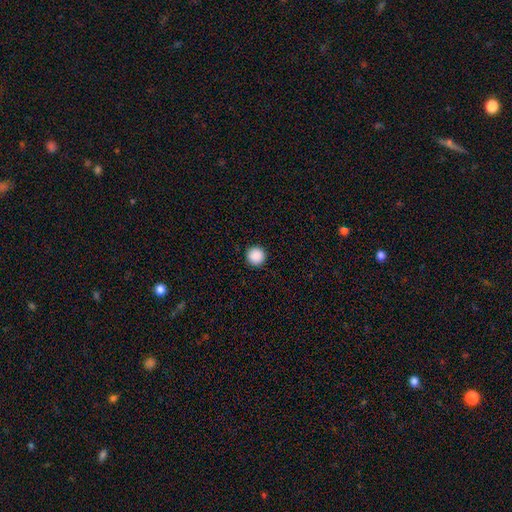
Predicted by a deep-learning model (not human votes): Morphology: type=smooth (89%); roundness=round (96%); merging=none (93%).